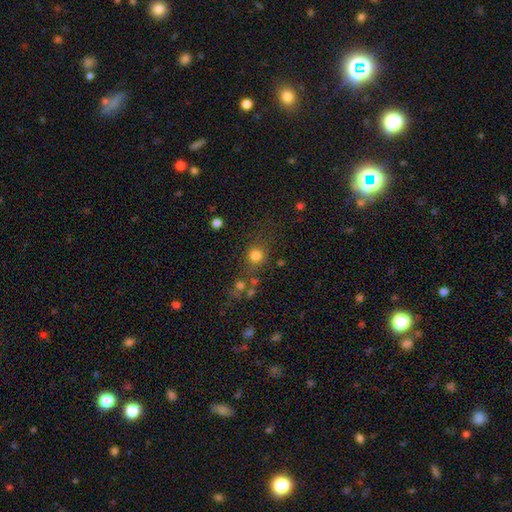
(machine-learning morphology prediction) type=smooth (77%); roundness=round (89%); merging=none (69%).